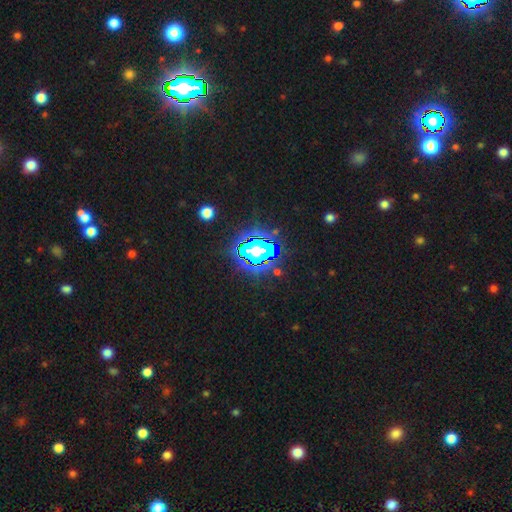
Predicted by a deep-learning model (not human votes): Smooth or featured?
  - star or artifact: 66% *
  - smooth: 20%
  - featured or disk: 14%